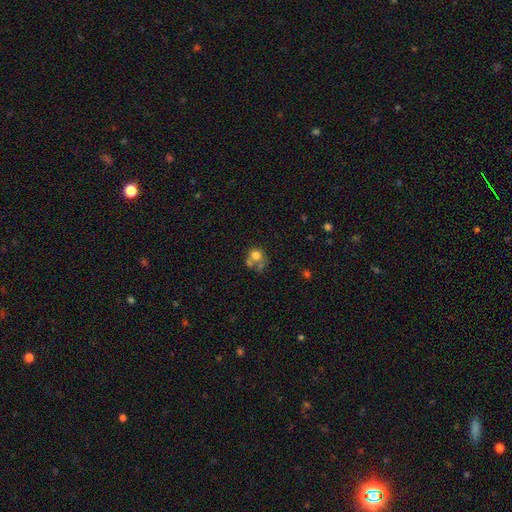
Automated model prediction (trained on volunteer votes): Morphology: type=smooth (69%); roundness=round (76%); merging=merger (42%).